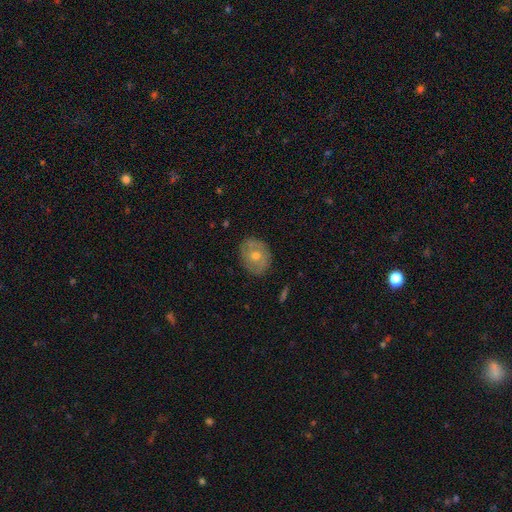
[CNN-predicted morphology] type=featured or disk (46%); merging=none (83%).